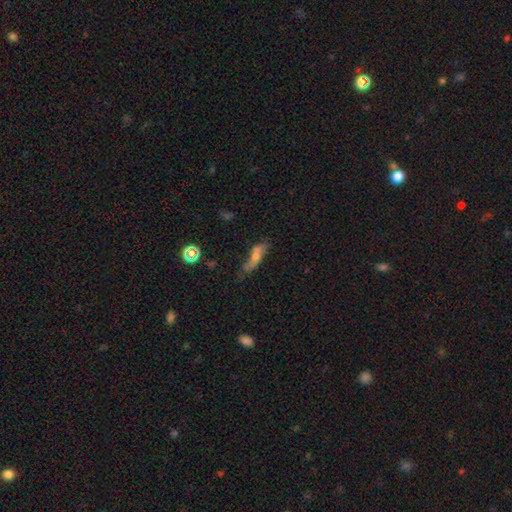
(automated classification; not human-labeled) Overall: smooth (56%; featured or disk 32%). How rounded: cigar-shaped (53%; in between 43%). Merging: none (40%; minor disturbance 29%).